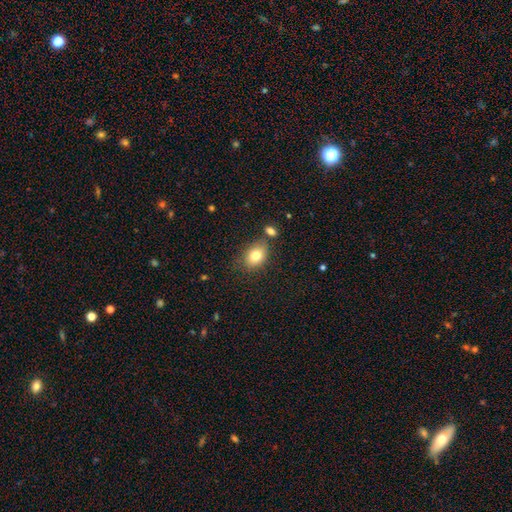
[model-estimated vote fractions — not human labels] Overall: smooth (80%). How rounded: in between (72%). Merging: none (70%).